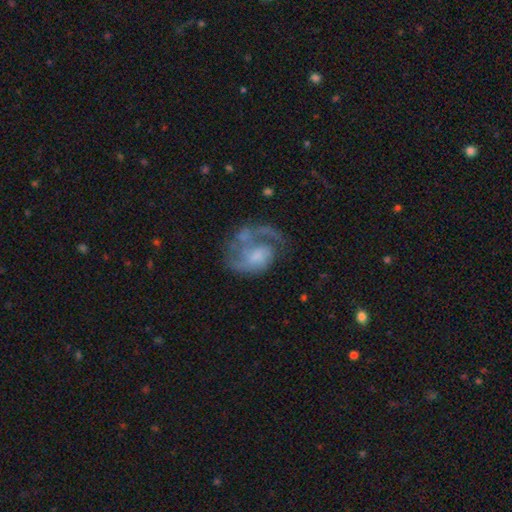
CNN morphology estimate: Q: Smooth or featured?
A: featured or disk (76%); runner-up: smooth (17%)
Q: Edge-on disk?
A: no (98%); runner-up: yes (2%)
Q: Bar?
A: no (60%); runner-up: weak (34%)
Q: Spiral arms?
A: yes (85%); runner-up: no (15%)
Q: Spiral winding?
A: medium (44%); runner-up: loose (30%)
Q: Spiral arm count?
A: 1 (48%); runner-up: 2 (30%)
Q: Bulge size?
A: none (35%); runner-up: small (28%)
Q: Merging?
A: none (38%); runner-up: major disturbance (35%)